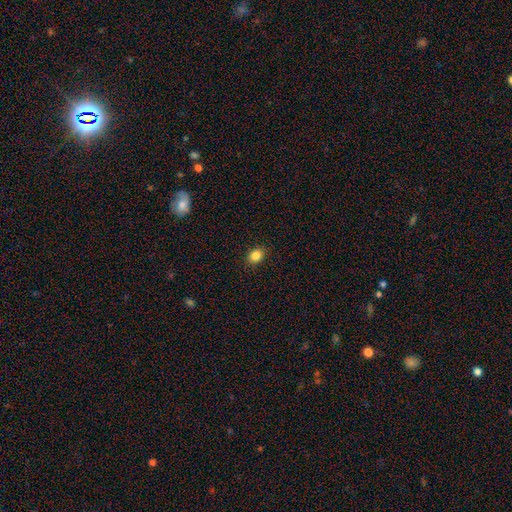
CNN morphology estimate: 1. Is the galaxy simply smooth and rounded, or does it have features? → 85% smooth, 10% star or artifact, 5% featured or disk.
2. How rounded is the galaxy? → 63% in between, 36% round, 1% cigar-shaped.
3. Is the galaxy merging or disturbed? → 90% none, 7% minor disturbance, 2% major disturbance, 1% merger.